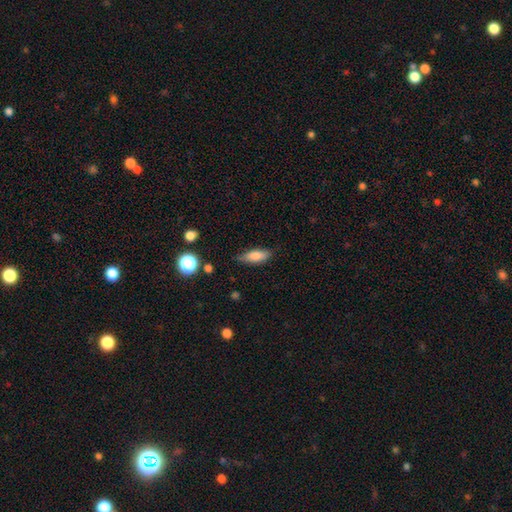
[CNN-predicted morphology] Q: Smooth or featured?
A: smooth (79%); runner-up: featured or disk (13%)
Q: How rounded?
A: in between (68%); runner-up: cigar-shaped (30%)
Q: Merging?
A: none (75%); runner-up: minor disturbance (20%)